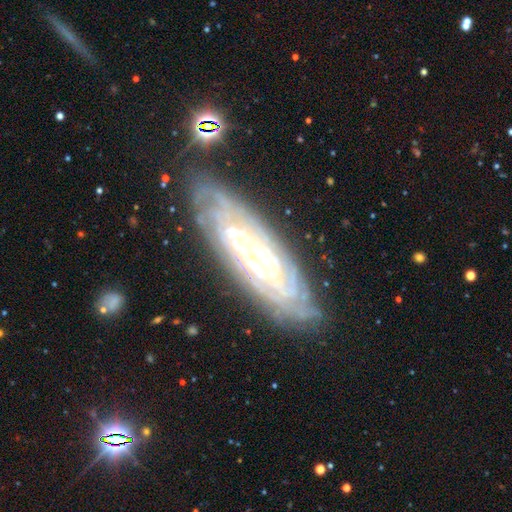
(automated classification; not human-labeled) A featured or disk galaxy (84%) with no bar (47%), tight (83%) spiral arms (96%) and a small central bulge (54%).

Vote fractions:
- Smooth or featured? featured or disk: 84% / smooth: 10% / star or artifact: 7%
- Edge-on disk? no: 78% / yes: 22%
- Bar? no: 47% / weak: 32% / strong: 21%
- Spiral arms? yes: 96% / no: 4%
- Spiral winding? tight: 83% / medium: 14% / loose: 3%
- Spiral arm count? can't tell: 47% / more than 4: 16% / 4: 14% / 3: 10% / 2: 9% / 1: 5%
- Bulge size? small: 54% / moderate: 33% / large: 7% / none: 4% / dominant: 2%
- Merging? none: 80% / minor disturbance: 14% / major disturbance: 4% / merger: 2%